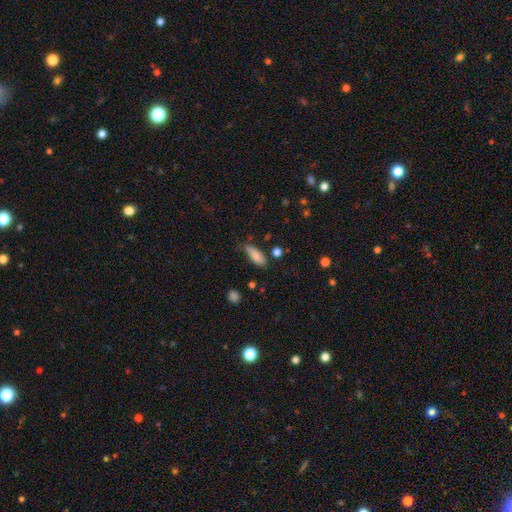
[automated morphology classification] Smooth or featured? Predicted: smooth (p=0.82). How rounded? Predicted: in between (p=0.69). Merging? Predicted: none (p=0.57).